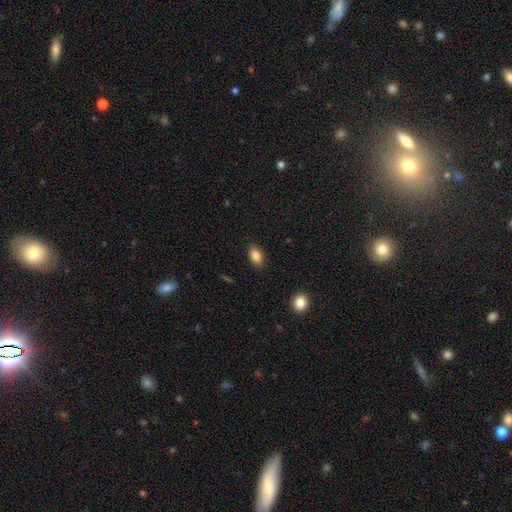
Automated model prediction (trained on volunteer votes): smooth 85%, star or artifact 8%, featured or disk 6%. Down the decision tree: how rounded — in between (90%); merging — none (87%).